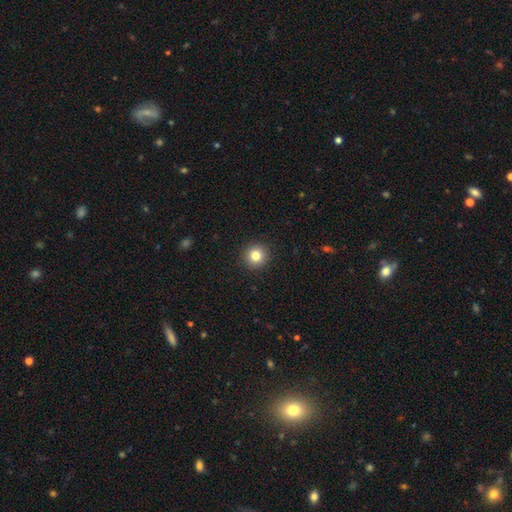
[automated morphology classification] smooth_or_featured: smooth (p=0.81) [alt: star or artifact p=0.12]
how_rounded: round (p=0.95) [alt: in between p=0.04]
merging: none (p=0.93) [alt: minor disturbance p=0.05]